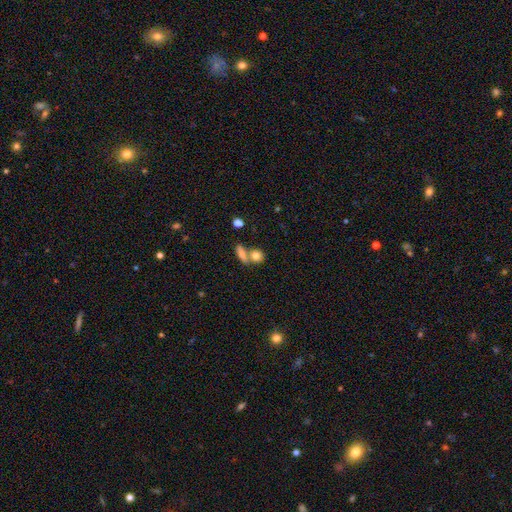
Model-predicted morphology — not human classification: smooth_or_featured: smooth (p=0.80) [alt: featured or disk p=0.11]
how_rounded: round (p=0.62) [alt: in between p=0.33]
merging: none (p=0.47) [alt: merger p=0.41]